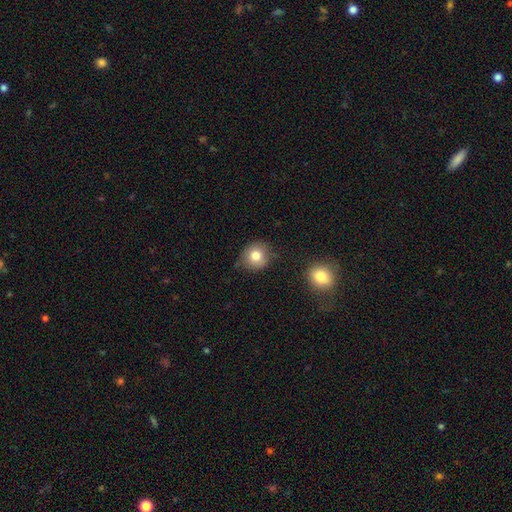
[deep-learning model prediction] Overall: smooth (80%). How rounded: round (87%). Merging: none (76%).